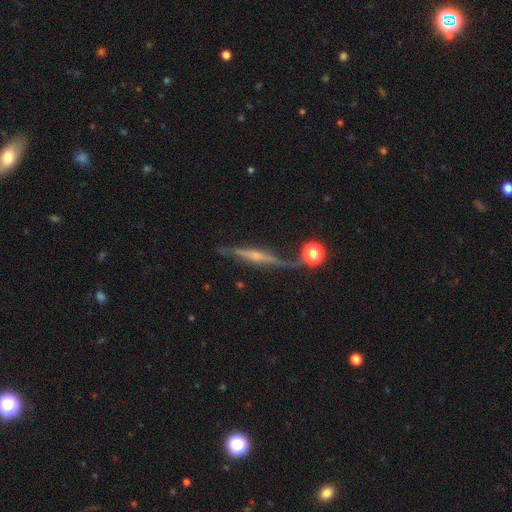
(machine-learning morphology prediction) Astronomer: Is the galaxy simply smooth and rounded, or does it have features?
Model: featured or disk — 72%.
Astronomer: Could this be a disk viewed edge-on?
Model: yes — 86%.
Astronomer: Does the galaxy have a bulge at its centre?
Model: rounded — 59%.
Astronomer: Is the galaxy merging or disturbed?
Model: none — 60%.